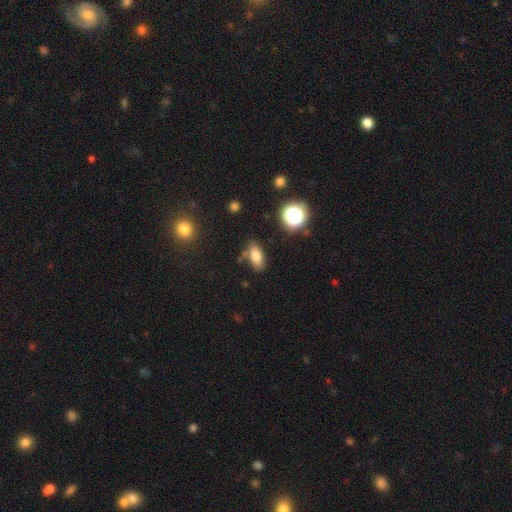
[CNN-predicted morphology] Smooth or featured: smooth — 77% (star or artifact — 12%)
How rounded: in between — 83% (cigar-shaped — 10%)
Merging: none — 74% (minor disturbance — 16%)